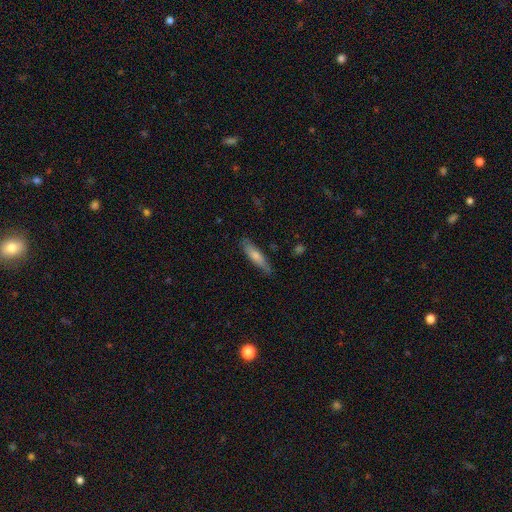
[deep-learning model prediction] This appears to be a smooth galaxy with no disk features (71%) that is cigar-shaped (75%). Merging: none (81%).